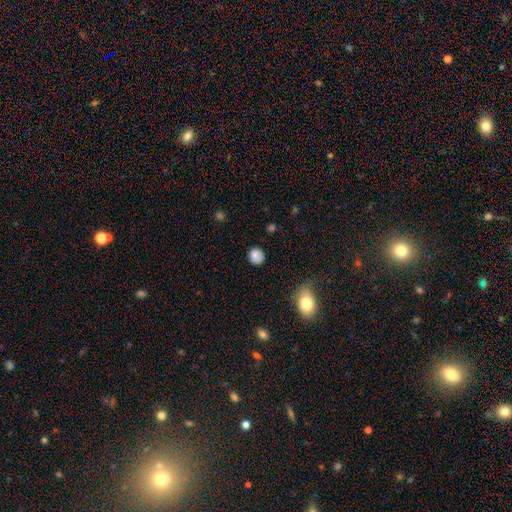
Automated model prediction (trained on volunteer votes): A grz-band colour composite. It shows a smooth galaxy with no disk features (83%) that is round (84%). Merging: none (80%).